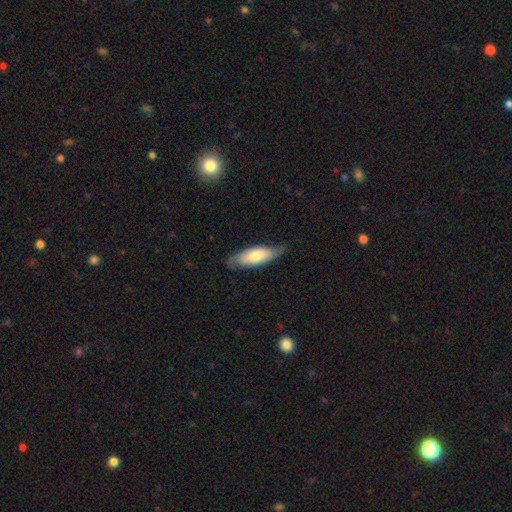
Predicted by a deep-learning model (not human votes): smooth 66%, featured or disk 29%, star or artifact 5%. Down the decision tree: how rounded — in between (64%); merging — none (72%).